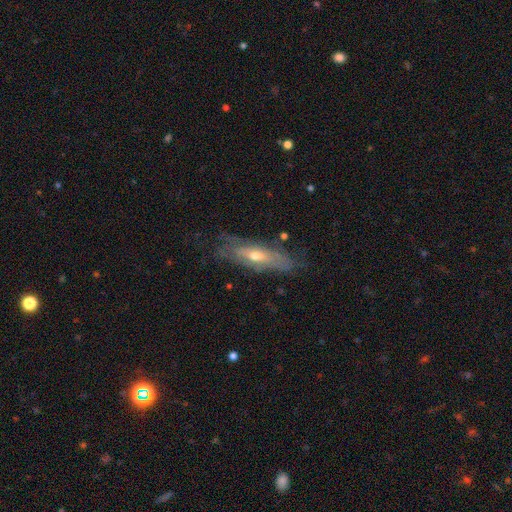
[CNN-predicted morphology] Smooth or featured? featured or disk (63%)
Edge-on disk? no (60%)
Merging? none (68%)